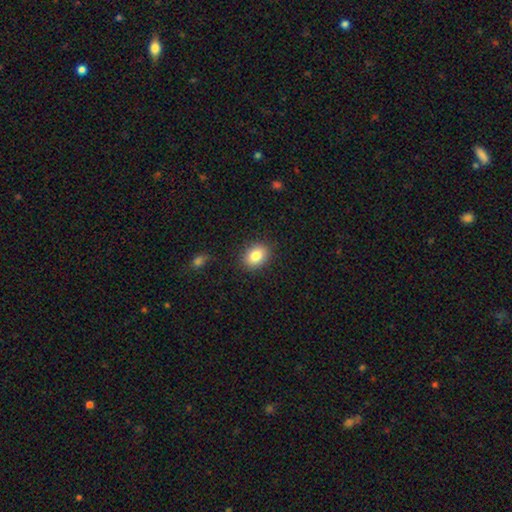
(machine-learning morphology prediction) Smooth or featured? smooth (85%)
How rounded? in between (62%)
Merging? none (87%)